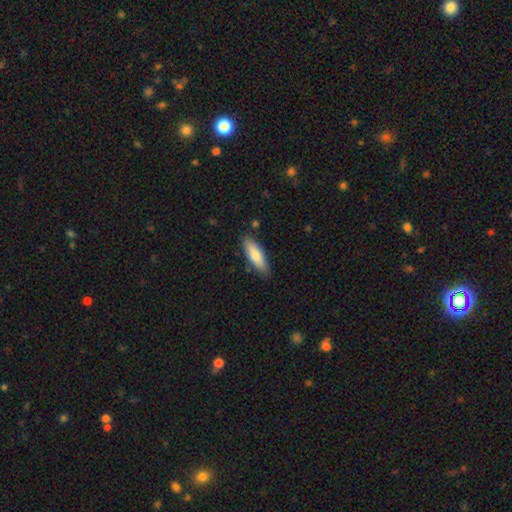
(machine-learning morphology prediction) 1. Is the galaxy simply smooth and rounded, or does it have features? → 80% smooth, 15% featured or disk, 6% star or artifact.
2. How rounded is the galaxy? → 53% in between, 45% cigar-shaped, 2% round.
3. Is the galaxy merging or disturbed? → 84% none, 11% minor disturbance, 2% major disturbance, 2% merger.